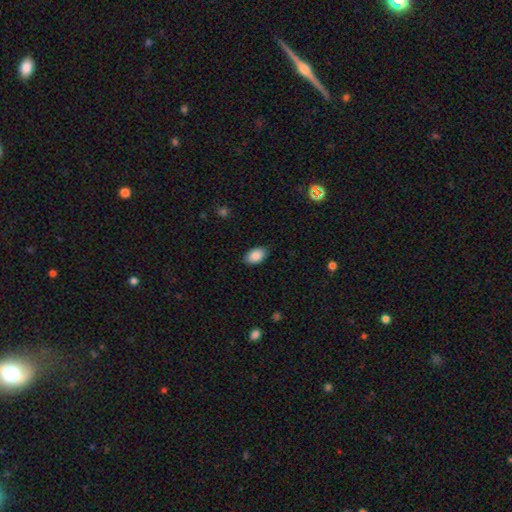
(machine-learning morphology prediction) This is clearly a smooth galaxy (87%). How rounded: clearly in between (92%). Merging: clearly none (86%).